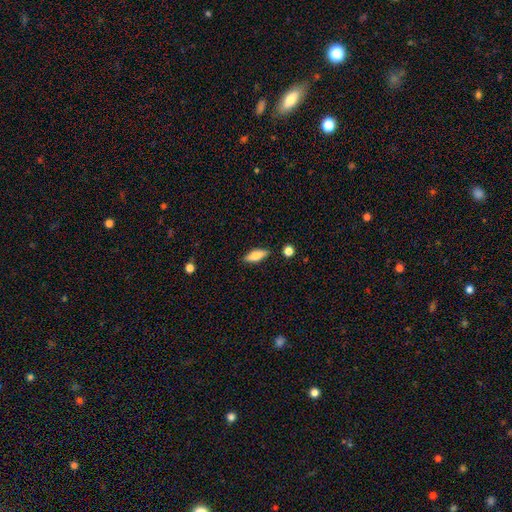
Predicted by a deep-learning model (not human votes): Smooth or featured? smooth (68%)
How rounded? in between (61%)
Merging? none (86%)